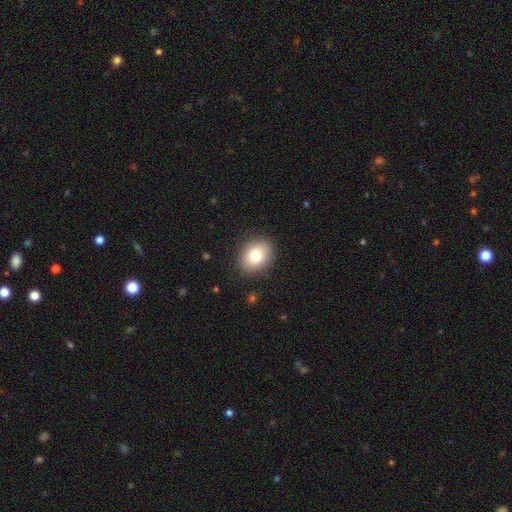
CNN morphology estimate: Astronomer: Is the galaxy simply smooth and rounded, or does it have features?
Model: smooth — 78%.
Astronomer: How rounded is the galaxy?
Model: in between — 54% (runner-up: round, 45%).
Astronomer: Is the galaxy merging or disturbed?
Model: none — 87%.